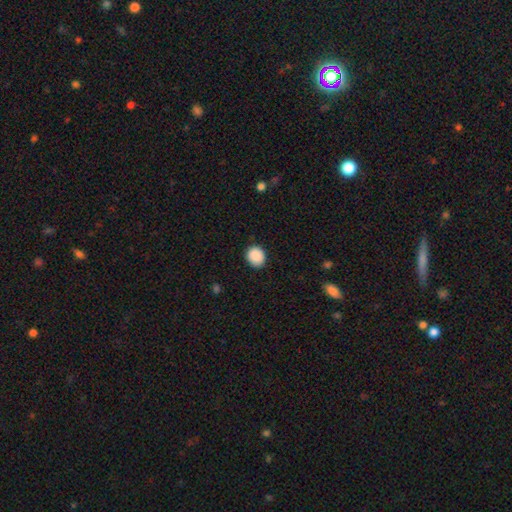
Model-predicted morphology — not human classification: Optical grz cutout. It shows a smooth galaxy with no disk features (90%) that is round (74%). Merging: none (87%).